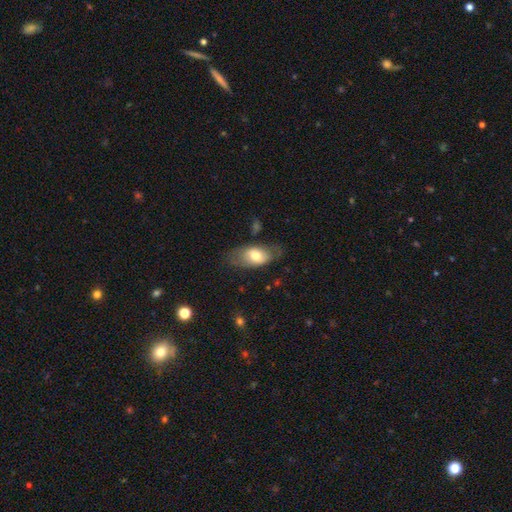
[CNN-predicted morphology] smooth 63%, featured or disk 30%, star or artifact 7%. Down the decision tree: how rounded — in between (89%); merging — none (62%).